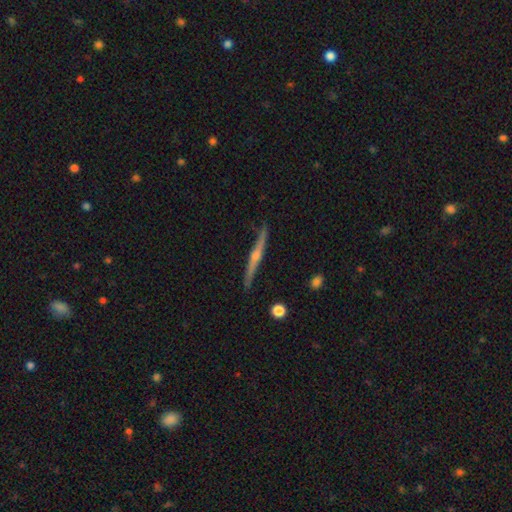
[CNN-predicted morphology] smooth-or-featured: featured or disk: 77% | smooth: 17% | star or artifact: 6%
  disk-edge-on: yes: 98% | no: 2%
    edge-on-bulge: rounded: 83% | none: 12% | boxy: 5%
  merging: none: 87% | minor disturbance: 10% | major disturbance: 2% | merger: 2%